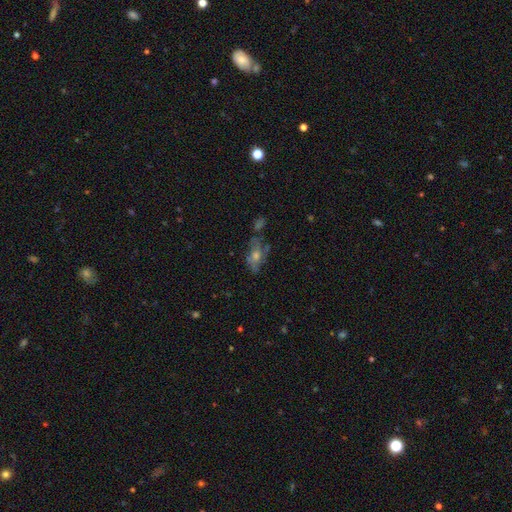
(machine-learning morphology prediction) Smooth or featured? featured or disk (52%)
Edge-on disk? no (83%)
Merging? none (56%)